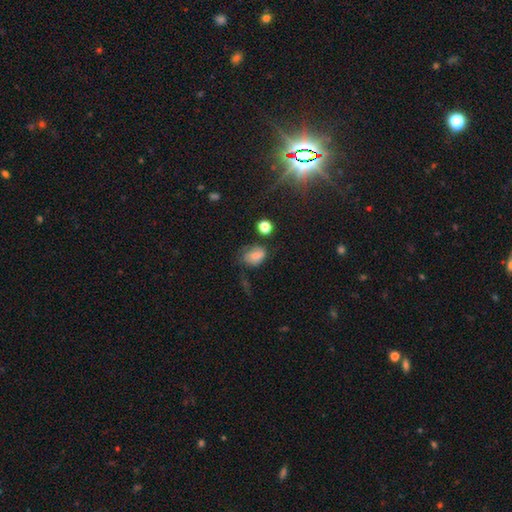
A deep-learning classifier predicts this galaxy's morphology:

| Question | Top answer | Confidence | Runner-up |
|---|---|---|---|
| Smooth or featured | smooth | 72% | featured or disk (16%) |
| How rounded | in between | 64% | round (35%) |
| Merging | none | 46% | minor disturbance (31%) |